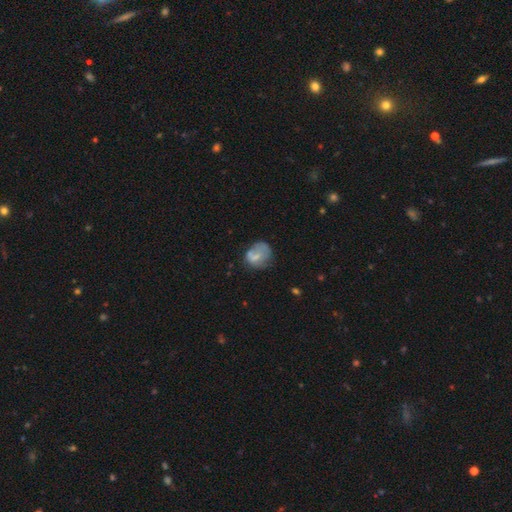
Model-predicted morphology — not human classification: A smooth galaxy with no disk features (59%) that is round (64%). Merging: none (41%).